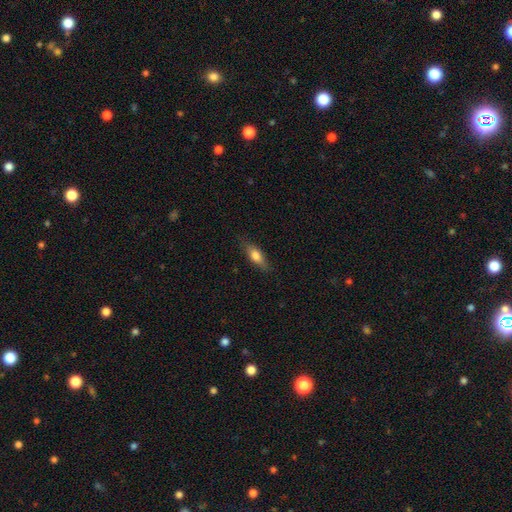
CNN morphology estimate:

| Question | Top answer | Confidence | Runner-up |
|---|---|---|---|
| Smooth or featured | smooth | 71% | featured or disk (22%) |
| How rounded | in between | 62% | cigar-shaped (35%) |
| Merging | none | 80% | minor disturbance (15%) |